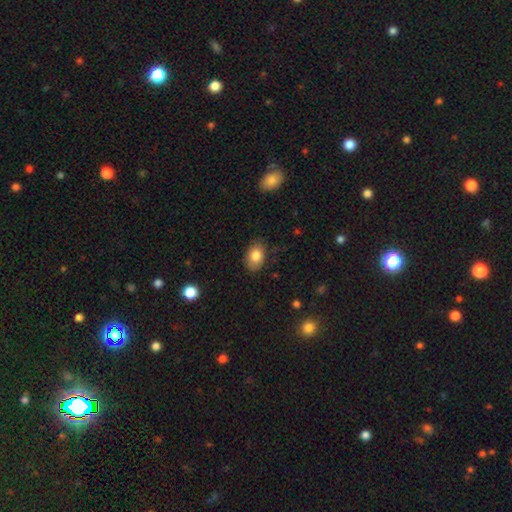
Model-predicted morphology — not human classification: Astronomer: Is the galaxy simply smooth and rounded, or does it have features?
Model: smooth — 83%.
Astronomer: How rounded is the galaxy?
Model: in between — 83%.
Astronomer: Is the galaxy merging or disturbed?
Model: none — 81%.